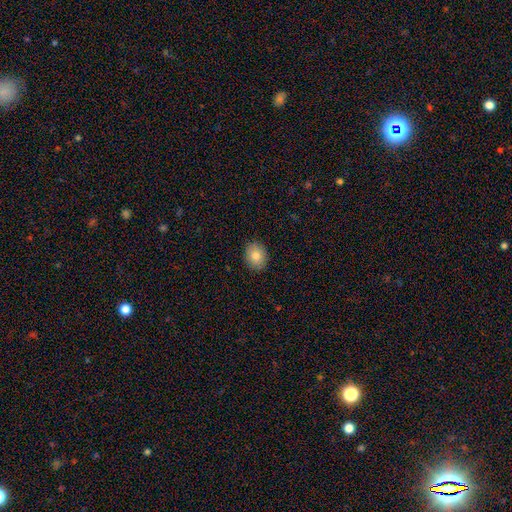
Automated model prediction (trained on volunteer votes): Overall: smooth (82%). How rounded: round (53%; in between 46%). Merging: none (89%).